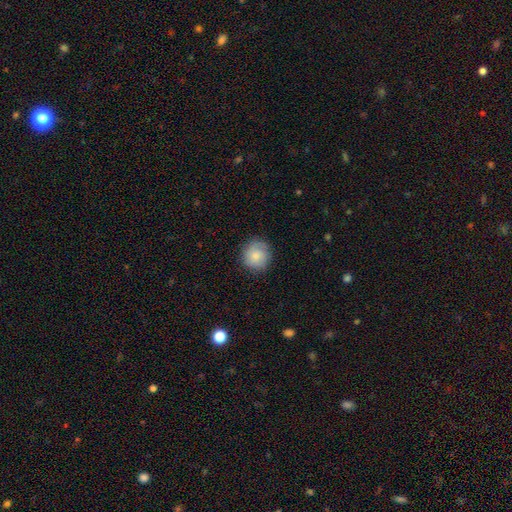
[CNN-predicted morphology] type=smooth (78%); roundness=round (89%); merging=none (82%).